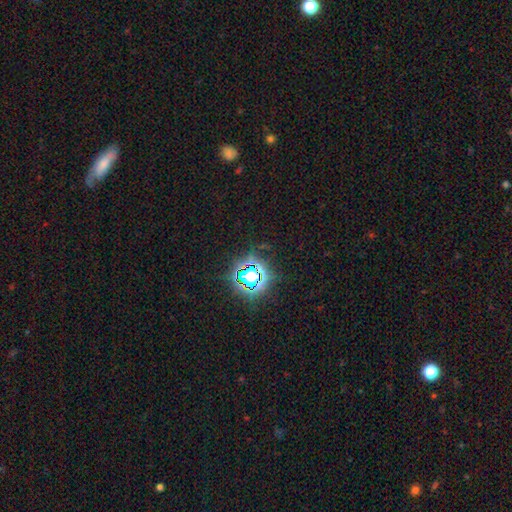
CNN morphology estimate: Q: Smooth or featured?
A: star or artifact (73%); runner-up: smooth (19%)